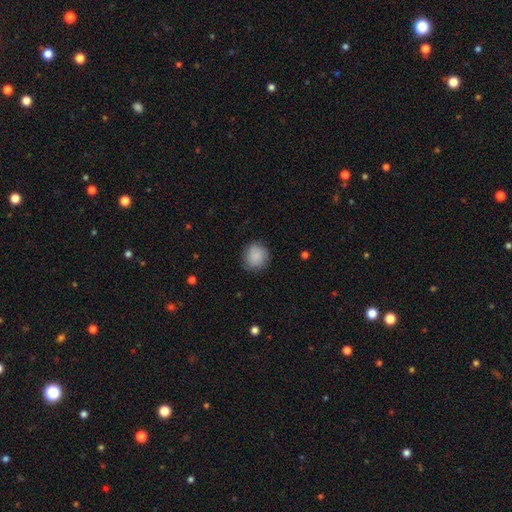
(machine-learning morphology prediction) smooth-or-featured: smooth: 88% | star or artifact: 7% | featured or disk: 5%
  how-rounded: round: 89% | in between: 10% | cigar-shaped: 1%
  merging: none: 84% | minor disturbance: 12% | major disturbance: 3% | merger: 1%